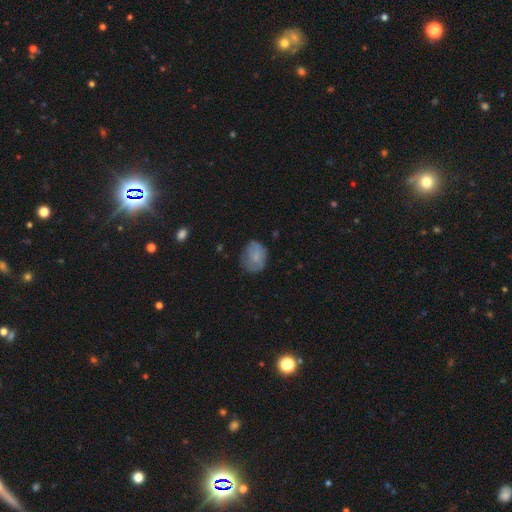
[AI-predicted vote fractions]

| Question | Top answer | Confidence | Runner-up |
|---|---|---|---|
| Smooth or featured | smooth | 73% | featured or disk (19%) |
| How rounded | in between | 50% | round (49%) |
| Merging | none | 61% | minor disturbance (27%) |